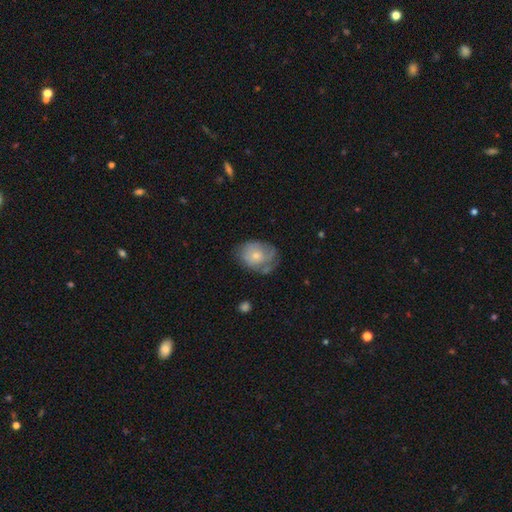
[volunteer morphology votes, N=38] Smooth or featured? smooth (50%)
How rounded? round (58%)
Merging? none (49%)